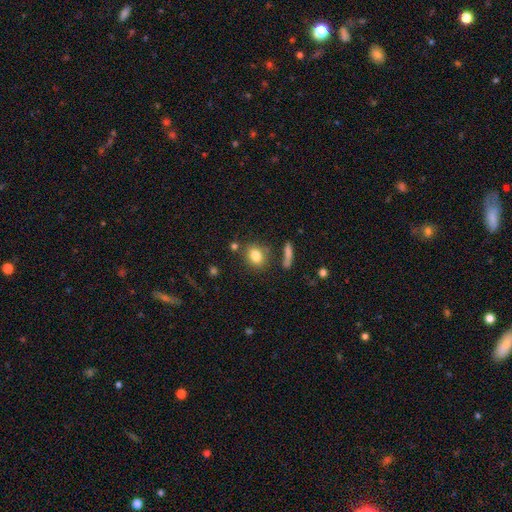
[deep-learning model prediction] Morphology: type=smooth (81%); roundness=in between (49%, tied with round); merging=none (76%).